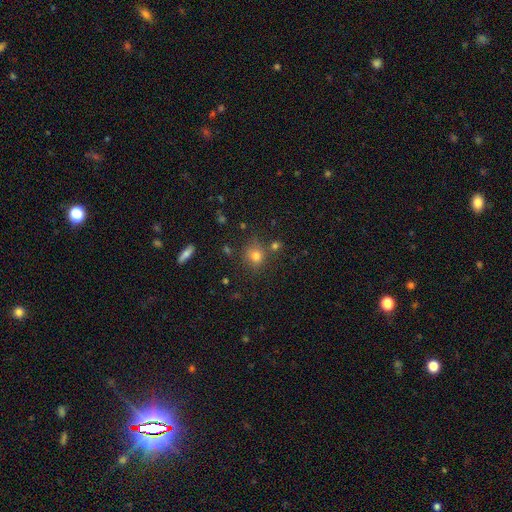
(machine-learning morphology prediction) type=smooth (76%); roundness=round (78%); merging=none (70%).